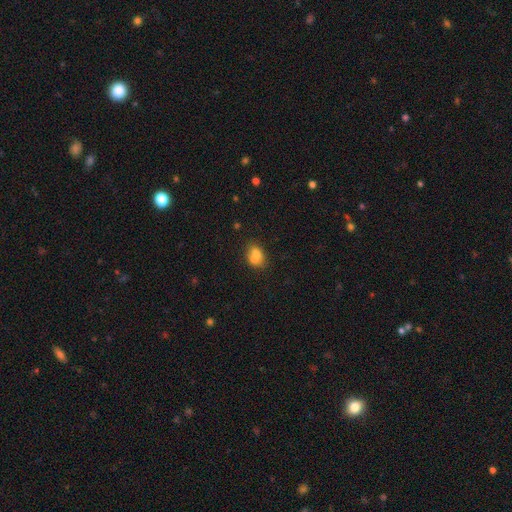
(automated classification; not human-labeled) Smooth or featured?
  - smooth: 68% *
  - featured or disk: 21%
  - star or artifact: 11%
How rounded?
  - in between: 55% *
  - round: 44%
  - cigar-shaped: 1%
Merging?
  - merger: 55% *
  - none: 32%
  - minor disturbance: 9%
  - major disturbance: 4%